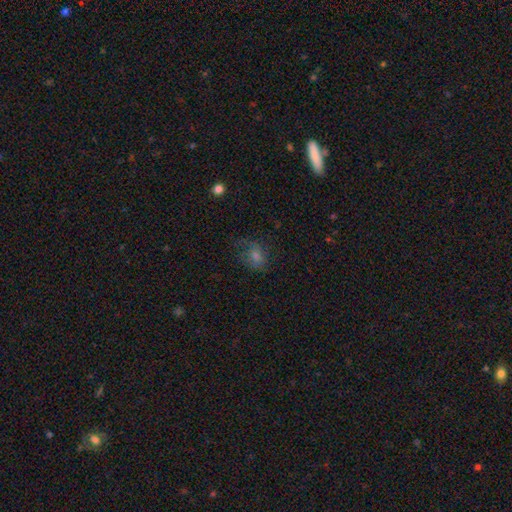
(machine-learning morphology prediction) Overall: smooth (46%; featured or disk 33%). Merging: none (57%; minor disturbance 22%).